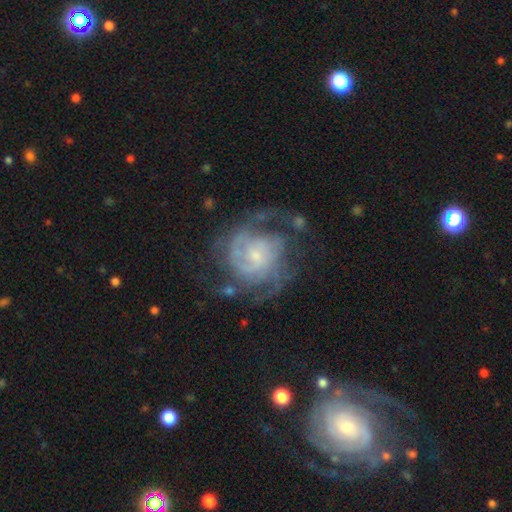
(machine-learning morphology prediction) A featured or disk galaxy (81%) with no bar (65%), tight (53%) spiral arms (90%) and a small central bulge (59%).

Vote fractions:
- Smooth or featured? featured or disk: 81% / smooth: 12% / star or artifact: 7%
- Edge-on disk? no: 98% / yes: 2%
- Bar? no: 65% / weak: 30% / strong: 5%
- Spiral arms? yes: 90% / no: 10%
- Spiral winding? tight: 53% / medium: 35% / loose: 12%
- Spiral arm count? can't tell: 37% / 2: 25% / 3: 18% / 4: 8% / 1: 6% / more than 4: 5%
- Bulge size? small: 59% / moderate: 29% / none: 7% / large: 3% / dominant: 1%
- Merging? none: 55% / major disturbance: 22% / minor disturbance: 20% / merger: 3%